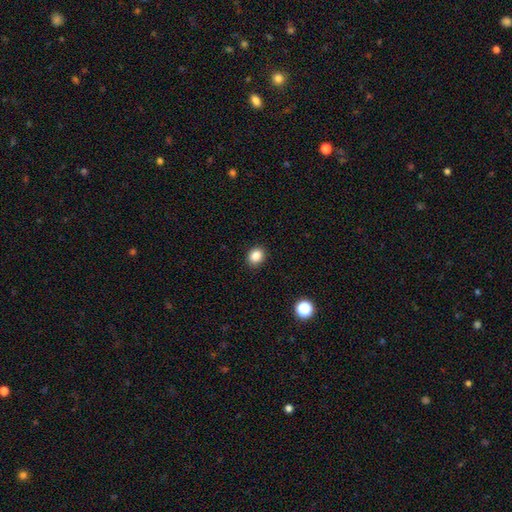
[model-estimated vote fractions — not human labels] Smooth or featured?
  - smooth: 86% *
  - star or artifact: 10%
  - featured or disk: 3%
How rounded?
  - round: 60% *
  - in between: 39%
  - cigar-shaped: 1%
Merging?
  - none: 89% *
  - minor disturbance: 7%
  - major disturbance: 2%
  - merger: 1%